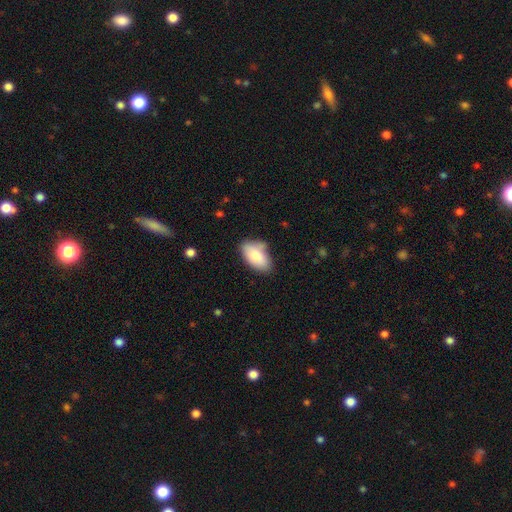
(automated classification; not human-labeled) Smooth or featured: smooth — 81% (featured or disk — 12%)
How rounded: in between — 94% (round — 4%)
Merging: none — 65% (minor disturbance — 24%)